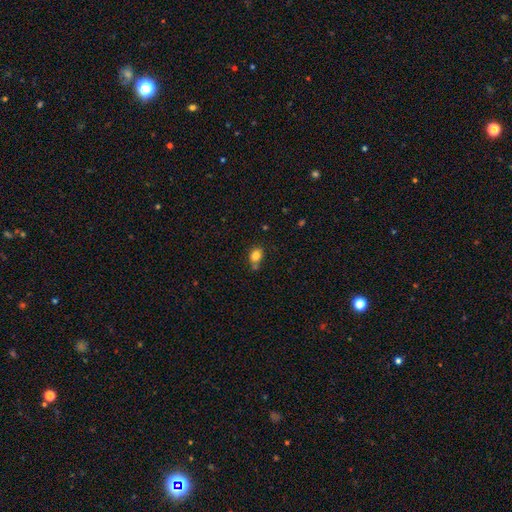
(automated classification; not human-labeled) Smooth or featured? smooth (82%)
How rounded? in between (59%)
Merging? none (61%)